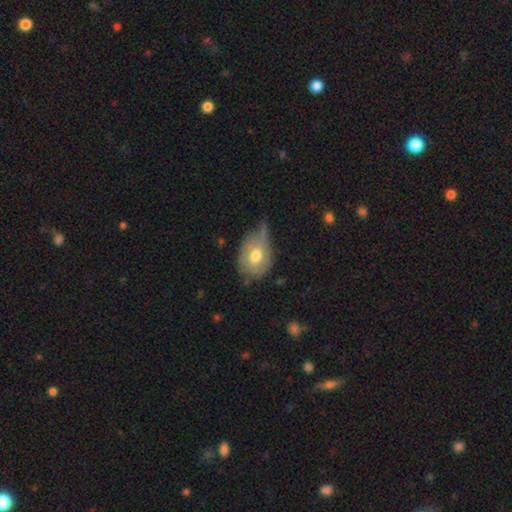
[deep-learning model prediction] smooth 60%, featured or disk 34%, star or artifact 6%. Down the decision tree: how rounded — in between (72%); merging — minor disturbance (41%).